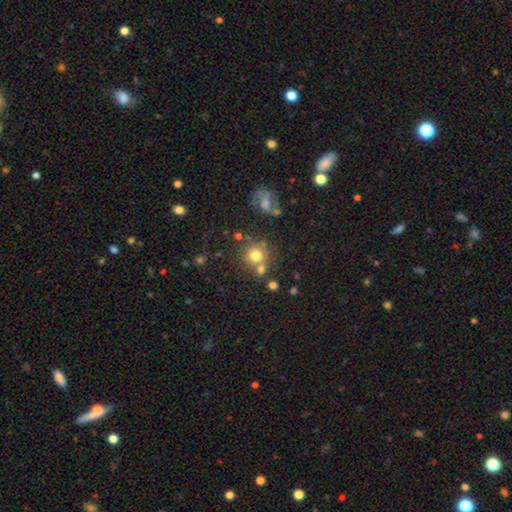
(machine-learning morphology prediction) smooth 73%, star or artifact 13%, featured or disk 13%. Down the decision tree: how rounded — round (88%); merging — none (62%).